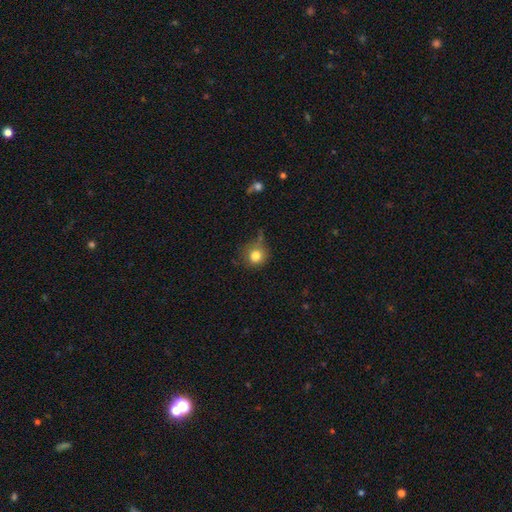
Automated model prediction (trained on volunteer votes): smooth 81%, star or artifact 11%, featured or disk 7%. Down the decision tree: how rounded — round (91%); merging — none (67%).